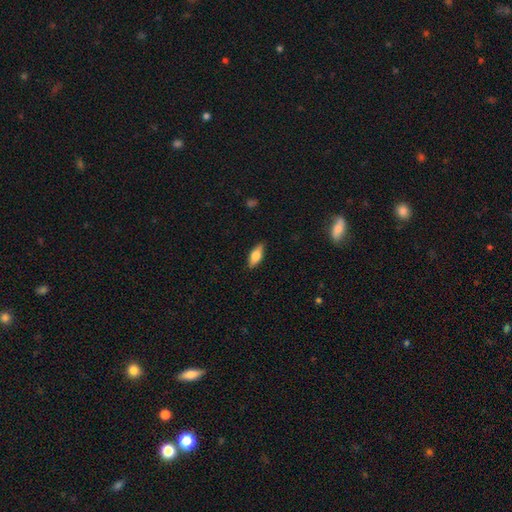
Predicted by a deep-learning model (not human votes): smooth 68%, featured or disk 26%, star or artifact 6%. Down the decision tree: how rounded — in between (74%); merging — none (88%).